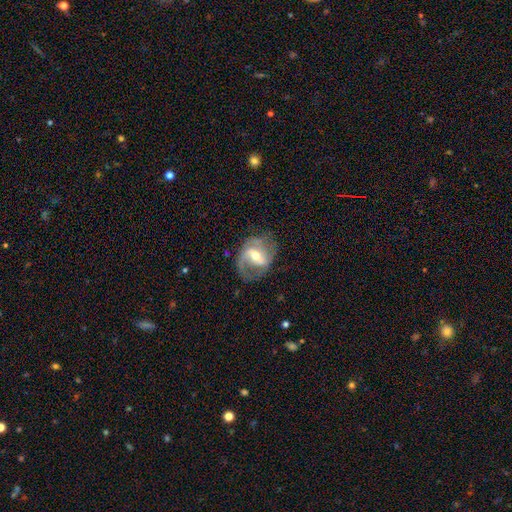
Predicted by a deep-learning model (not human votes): Smooth or featured? Predicted: featured or disk (p=0.83). Edge-on disk? Predicted: no (p=0.97). Bar? Predicted: weak (p=0.47). Spiral arms? Predicted: yes (p=0.92). Spiral winding? Predicted: medium (p=0.47). Spiral arm count? Predicted: 2 (p=0.74). Bulge size? Predicted: moderate (p=0.60). Merging? Predicted: none (p=0.64).